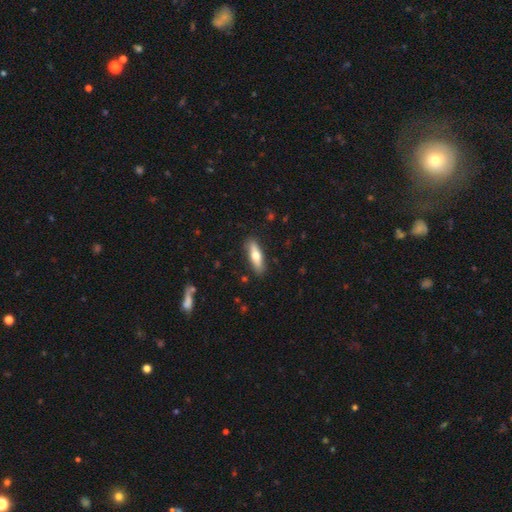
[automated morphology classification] Smooth or featured? Predicted: smooth (p=0.61). How rounded? Predicted: cigar-shaped (p=0.56). Merging? Predicted: none (p=0.86).